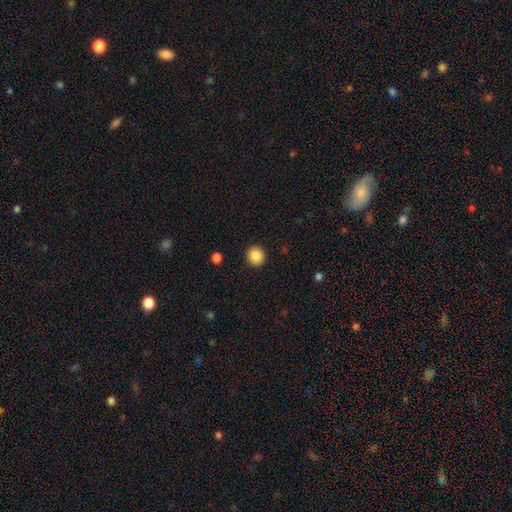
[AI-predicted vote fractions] This appears to be a smooth galaxy with no disk features (87%) that is round (91%). Merging: none (92%).